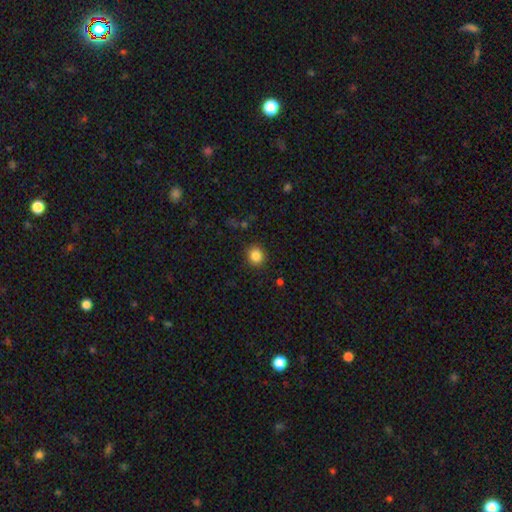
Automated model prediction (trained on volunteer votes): Smooth or featured? Predicted: smooth (p=0.86). How rounded? Predicted: round (p=0.86). Merging? Predicted: none (p=0.90).